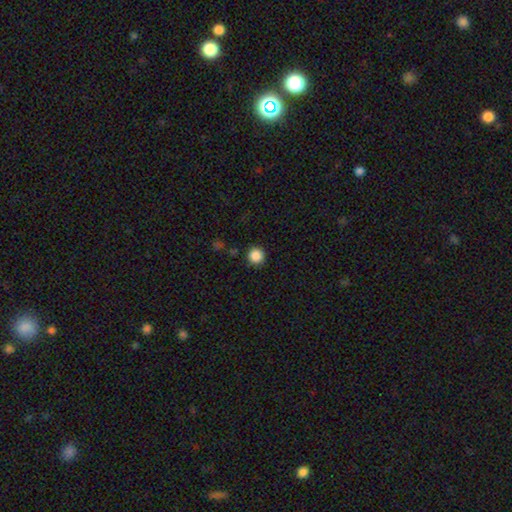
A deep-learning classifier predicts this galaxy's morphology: Overall: smooth (87%). How rounded: round (95%). Merging: none (91%).